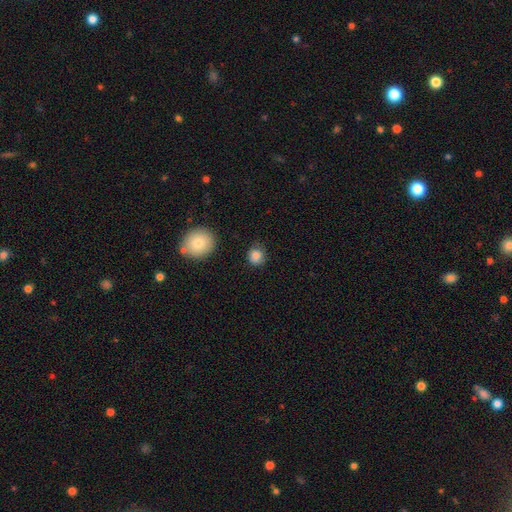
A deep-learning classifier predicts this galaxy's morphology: Smooth or featured: smooth — 83% (star or artifact — 11%)
How rounded: round — 87% (in between — 12%)
Merging: none — 81% (minor disturbance — 13%)